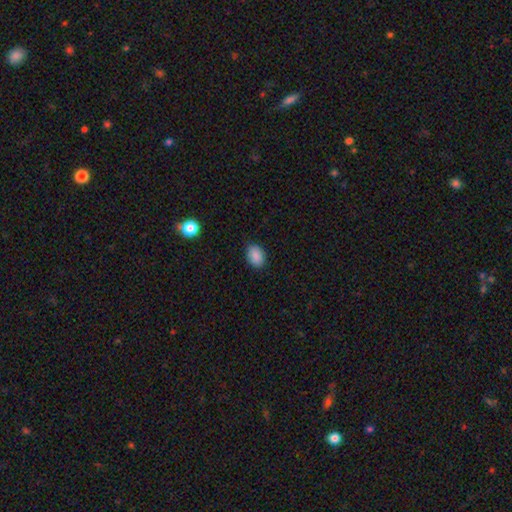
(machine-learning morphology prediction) A smooth galaxy with no disk features (89%) that is in between round and cigar-shaped (80%). Merging: none (87%).